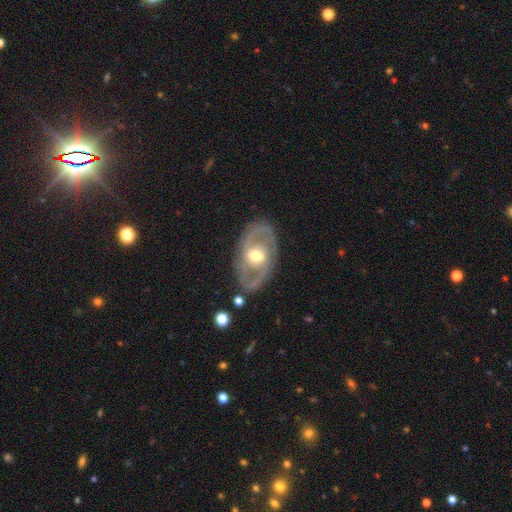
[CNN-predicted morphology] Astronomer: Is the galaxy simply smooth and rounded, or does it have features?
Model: featured or disk — 81%.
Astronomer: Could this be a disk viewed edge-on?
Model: no — 94%.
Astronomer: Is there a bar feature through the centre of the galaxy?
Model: no — 49% (runner-up: weak, 36%).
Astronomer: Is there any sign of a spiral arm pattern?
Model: yes — 81%.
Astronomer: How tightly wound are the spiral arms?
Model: medium — 45% (runner-up: tight, 39%).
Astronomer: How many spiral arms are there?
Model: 2 — 83%.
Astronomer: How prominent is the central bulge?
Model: moderate — 73%.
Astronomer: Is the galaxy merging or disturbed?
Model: none — 81%.